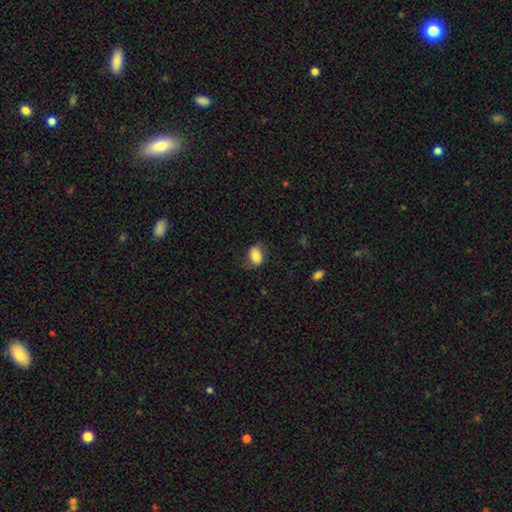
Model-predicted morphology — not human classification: A smooth galaxy with no disk features (73%) that is in between round and cigar-shaped (77%). Merging: none (66%).